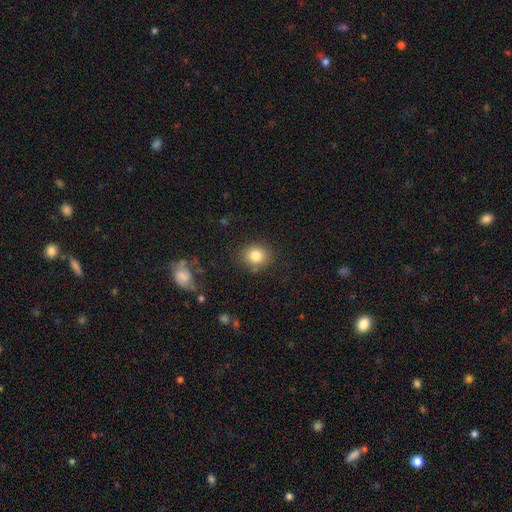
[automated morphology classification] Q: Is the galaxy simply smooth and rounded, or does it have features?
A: smooth — 82%.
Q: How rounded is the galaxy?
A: round — 71%.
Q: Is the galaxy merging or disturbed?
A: none — 83%.